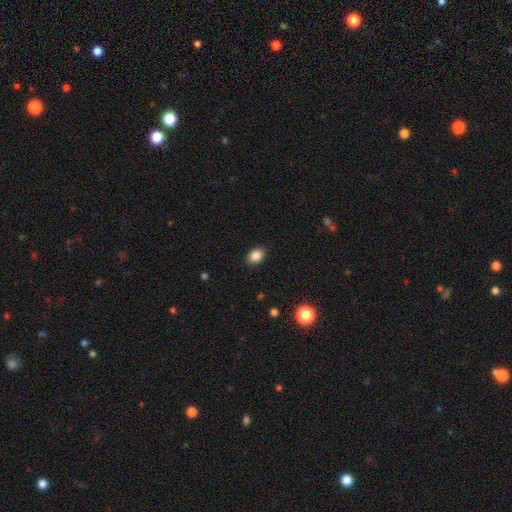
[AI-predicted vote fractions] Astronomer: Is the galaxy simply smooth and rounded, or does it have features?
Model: smooth — 86%.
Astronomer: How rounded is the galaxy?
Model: in between — 75%.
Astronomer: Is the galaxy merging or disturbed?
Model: none — 89%.